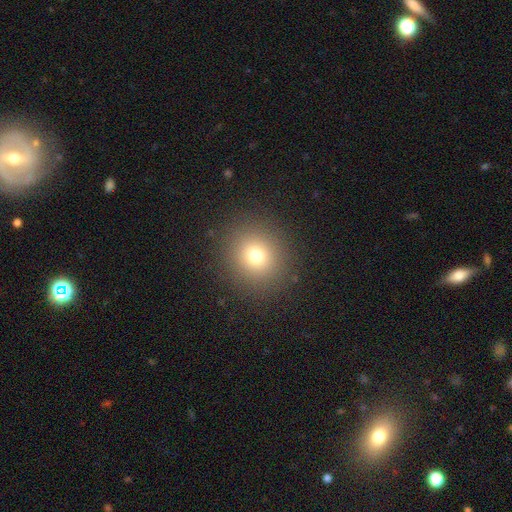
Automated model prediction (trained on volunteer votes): Overall: smooth (74%). How rounded: round (87%). Merging: none (89%).